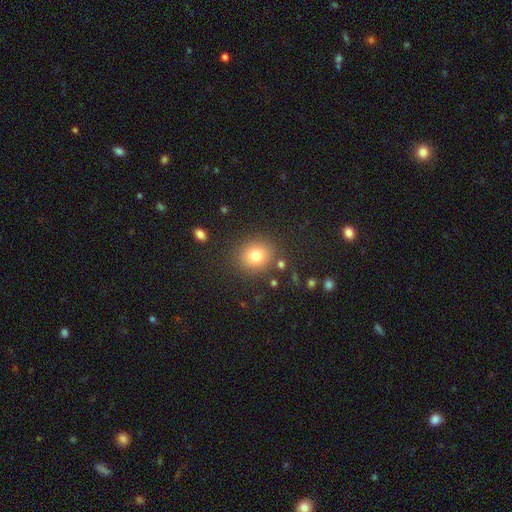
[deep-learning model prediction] A smooth galaxy with no disk features (79%) that is round (77%). Merging: none (84%).